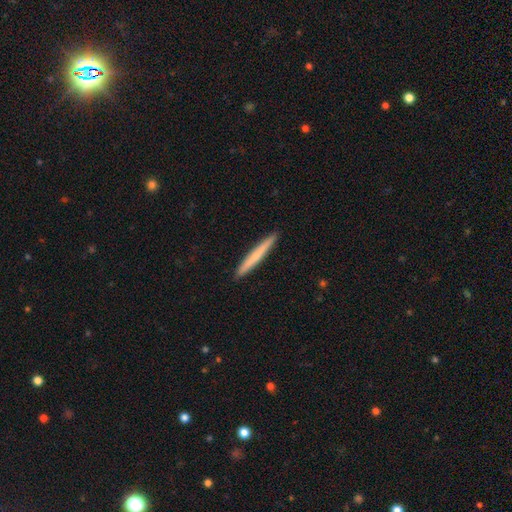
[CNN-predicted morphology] The model was most divided on "smooth or featured": smooth: 65%, featured or disk: 30%, star or artifact: 5%. More confident: how rounded — cigar-shaped (97%); merging — none (93%).